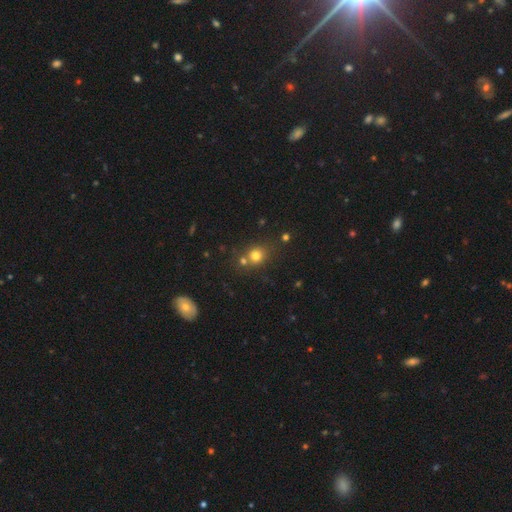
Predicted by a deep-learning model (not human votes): This is likely a smooth galaxy (75%). How rounded: clearly round (80%). Merging: likely none (63%).